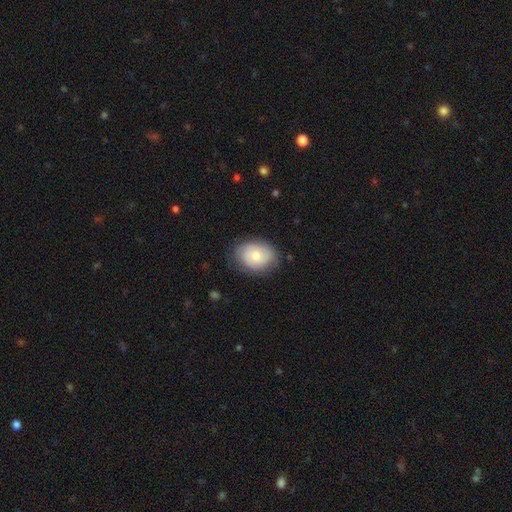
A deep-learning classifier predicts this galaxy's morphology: A smooth galaxy with no disk features (64%) that is in between round and cigar-shaped (61%).

Vote fractions:
- Smooth or featured? smooth: 64% / featured or disk: 30% / star or artifact: 7%
- How rounded? in between: 61% / round: 38% / cigar-shaped: 1%
- Merging? none: 74% / minor disturbance: 20% / major disturbance: 5% / merger: 1%